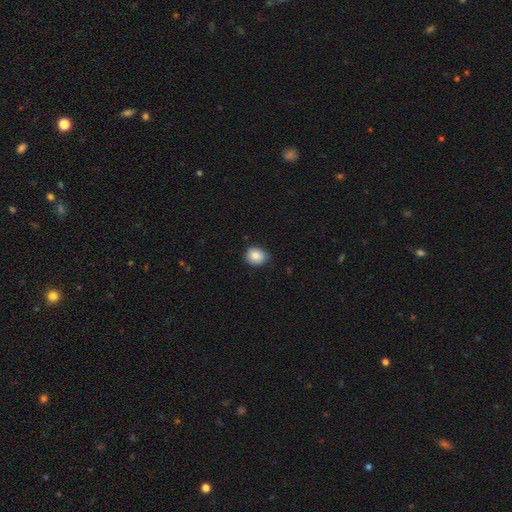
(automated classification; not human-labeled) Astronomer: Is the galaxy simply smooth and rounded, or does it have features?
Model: smooth — 84%.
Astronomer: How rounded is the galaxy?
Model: round — 69%.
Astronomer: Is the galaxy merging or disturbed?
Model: none — 75%.